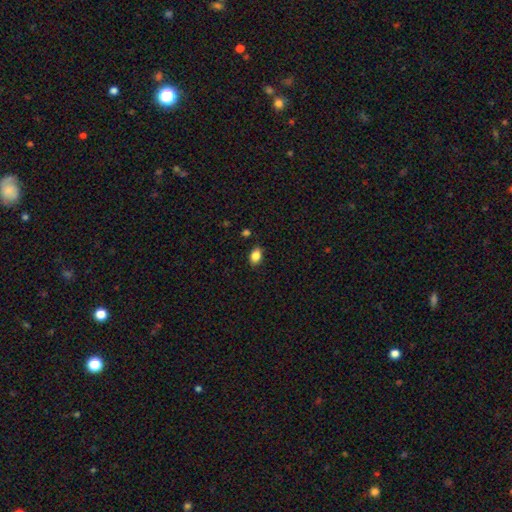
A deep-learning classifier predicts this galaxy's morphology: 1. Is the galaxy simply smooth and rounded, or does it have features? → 85% smooth, 9% star or artifact, 6% featured or disk.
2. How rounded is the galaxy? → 81% in between, 18% round, 1% cigar-shaped.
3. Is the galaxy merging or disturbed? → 85% none, 11% minor disturbance, 2% major disturbance, 2% merger.